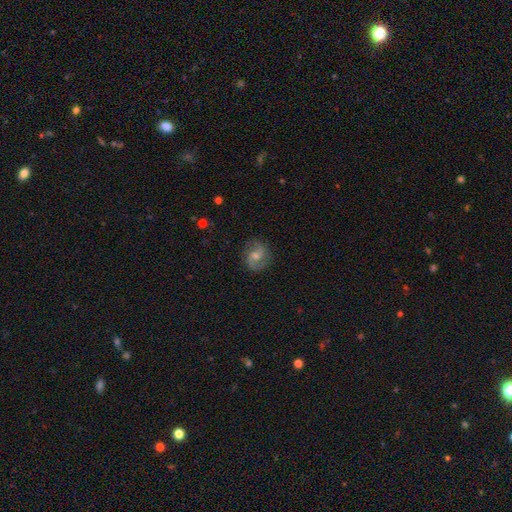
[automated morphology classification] featured or disk 76%, smooth 15%, star or artifact 9%. Down the decision tree: edge-on disk — no (98%); bar — weak (48%); spiral arms — yes (94%); spiral arm count — 2 (90%); spiral winding — medium (51%); bulge size — moderate (54%); merging — none (85%).